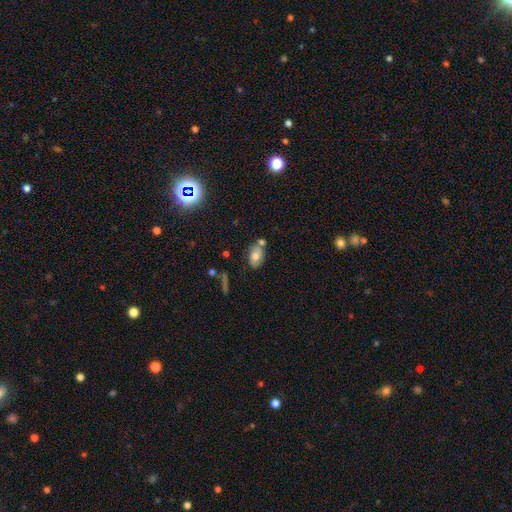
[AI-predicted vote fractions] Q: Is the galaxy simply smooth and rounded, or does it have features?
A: smooth — 69%.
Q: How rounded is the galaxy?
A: in between — 85%.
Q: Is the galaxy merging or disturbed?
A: none — 56%.